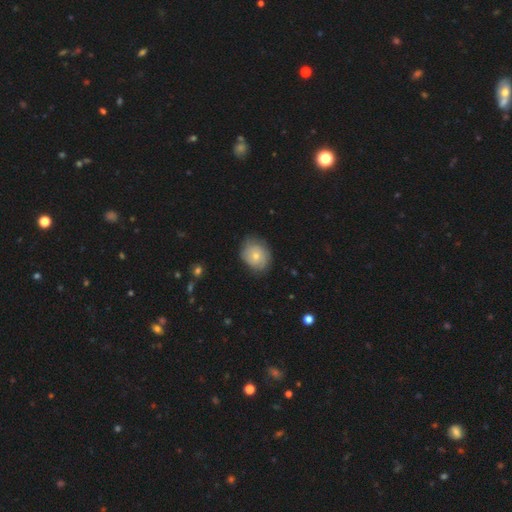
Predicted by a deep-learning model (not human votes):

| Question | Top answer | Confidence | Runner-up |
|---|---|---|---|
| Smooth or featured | smooth | 53% | featured or disk (40%) |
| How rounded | round | 57% | in between (42%) |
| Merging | none | 70% | minor disturbance (22%) |